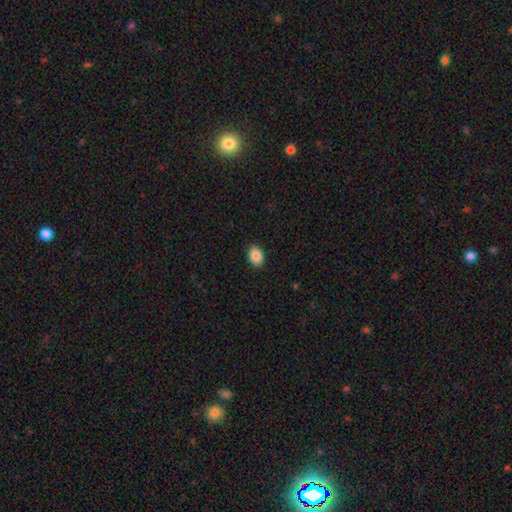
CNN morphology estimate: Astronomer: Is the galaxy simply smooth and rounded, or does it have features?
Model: smooth — 88%.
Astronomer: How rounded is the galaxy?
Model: in between — 76%.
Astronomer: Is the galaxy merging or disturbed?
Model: none — 89%.